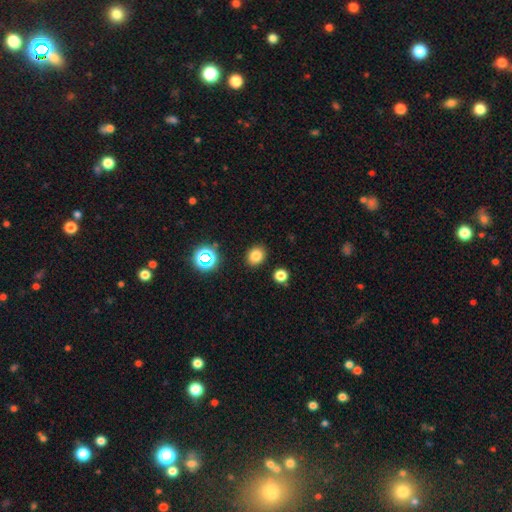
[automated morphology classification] Overall: smooth (79%). How rounded: round (61%; in between 38%). Merging: none (88%).